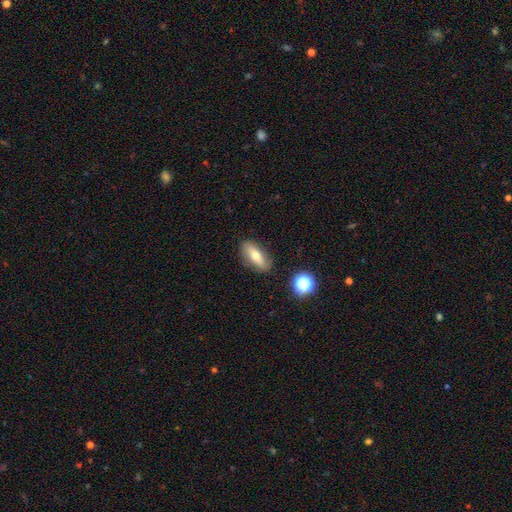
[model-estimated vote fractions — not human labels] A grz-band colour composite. It shows a smooth galaxy with no disk features (61%) that is in between round and cigar-shaped (74%). Merging: none (83%).